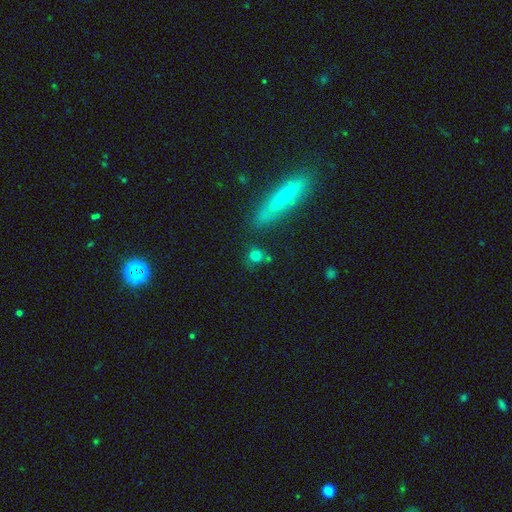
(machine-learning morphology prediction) Smooth or featured?
  - smooth: 76% *
  - star or artifact: 14%
  - featured or disk: 10%
How rounded?
  - round: 83% *
  - in between: 13%
  - cigar-shaped: 5%
Merging?
  - none: 72% *
  - minor disturbance: 12%
  - merger: 12%
  - major disturbance: 5%